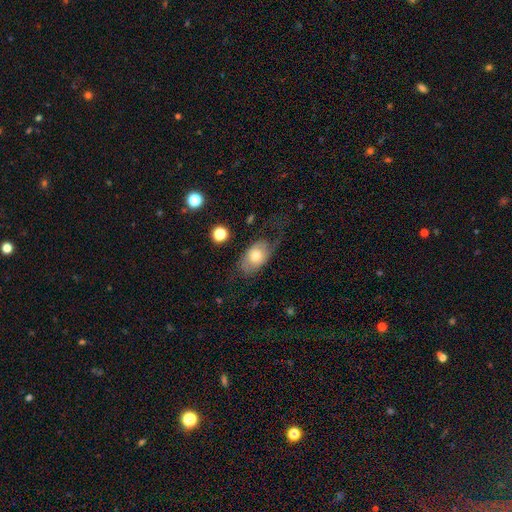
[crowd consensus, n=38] A smooth galaxy with no disk features (68%) that is in between round and cigar-shaped (96%).

Vote fractions:
- Smooth or featured? smooth: 68% / featured or disk: 26% / star or artifact: 5%
- How rounded? in between: 96% / round: 4% / cigar-shaped: 0%
- Merging? none: 39% (tied) / major disturbance: 39% (tied) / minor disturbance: 22% / merger: 0%